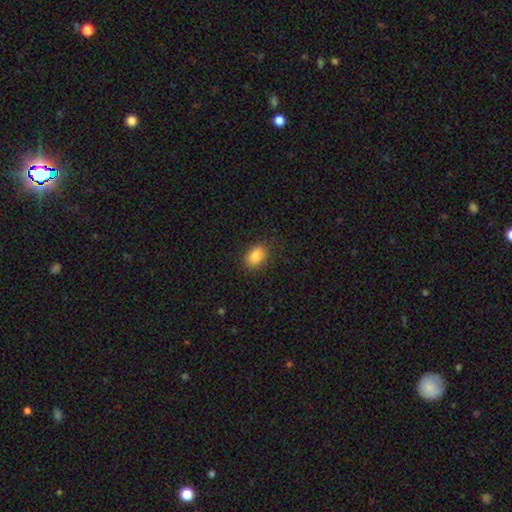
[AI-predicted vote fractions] smooth_or_featured: smooth (p=0.87) [alt: star or artifact p=0.09]
how_rounded: in between (p=0.80) [alt: round p=0.19]
merging: none (p=0.85) [alt: minor disturbance p=0.11]